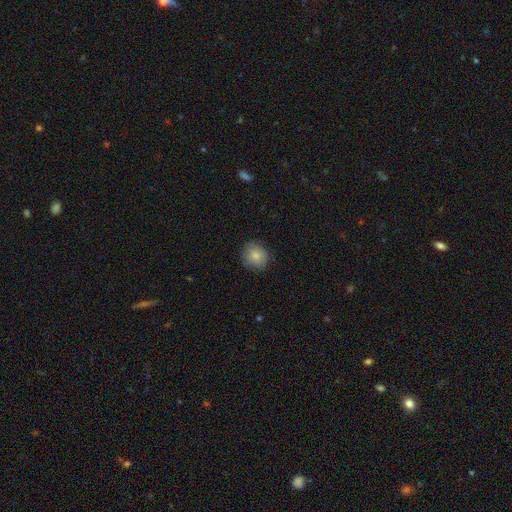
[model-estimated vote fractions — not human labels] Overall: smooth (84%). How rounded: round (85%). Merging: none (85%).